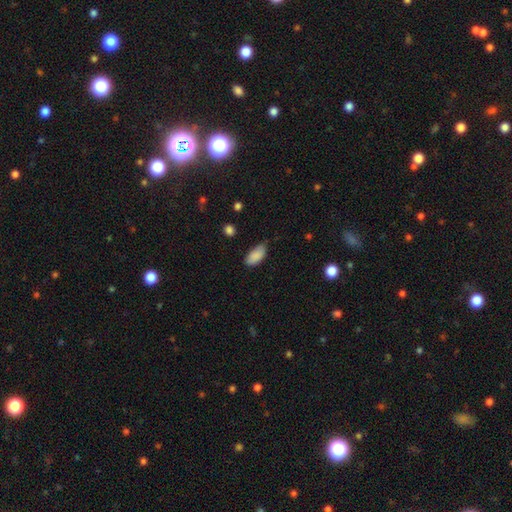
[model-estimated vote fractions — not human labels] This is clearly a smooth galaxy (88%). How rounded: clearly in between (93%). Merging: likely none (69%).